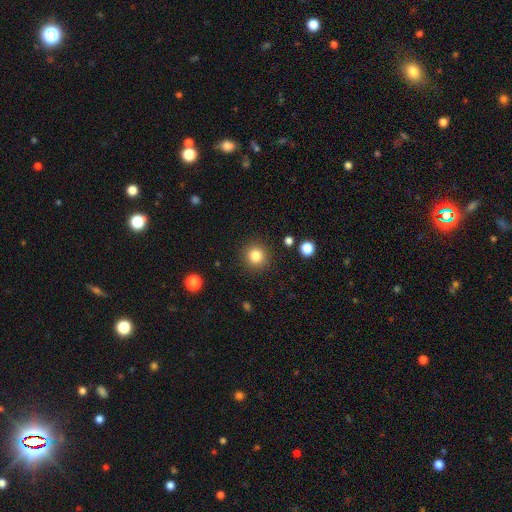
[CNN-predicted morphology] type=smooth (83%); roundness=round (93%); merging=none (90%).